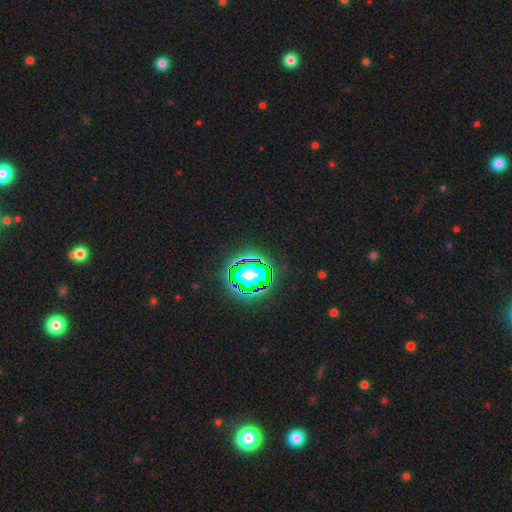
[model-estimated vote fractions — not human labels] A star or artifact, not a galaxy (85%).